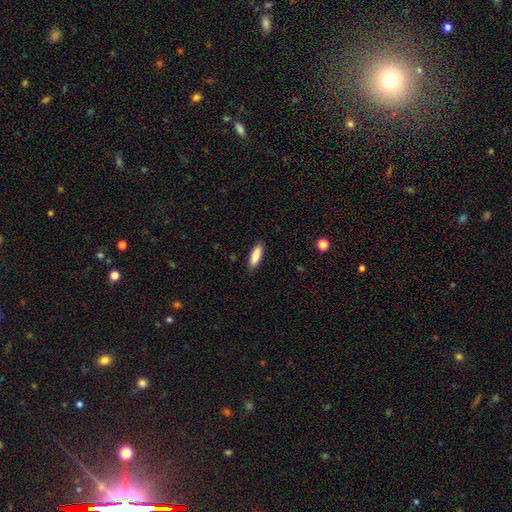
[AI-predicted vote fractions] Smooth or featured: smooth — 87% (featured or disk — 7%)
How rounded: cigar-shaped — 49% (tied with in between — 49%)
Merging: none — 87% (minor disturbance — 10%)